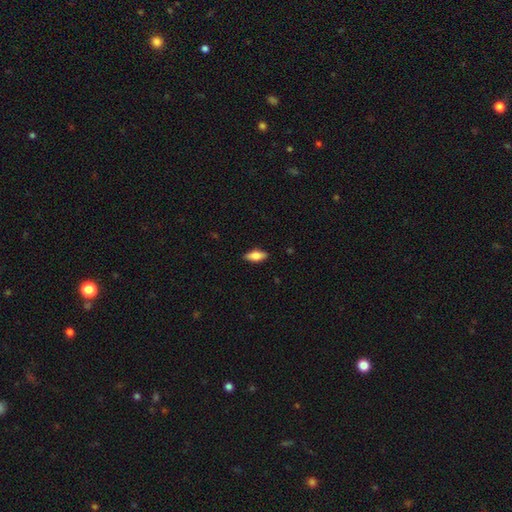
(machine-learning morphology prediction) Smooth or featured: smooth — 73% (featured or disk — 21%)
How rounded: in between — 80% (cigar-shaped — 17%)
Merging: none — 88% (minor disturbance — 10%)